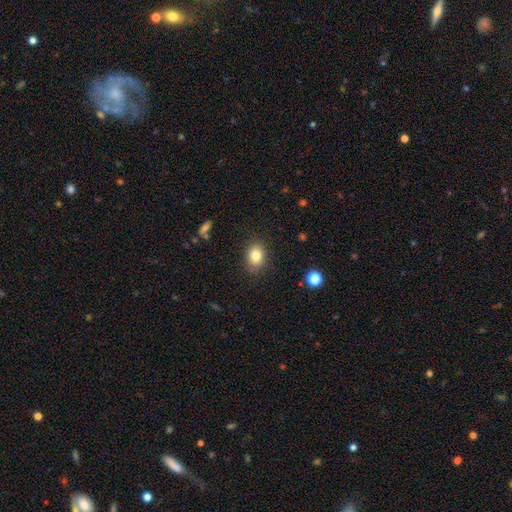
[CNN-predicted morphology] This is clearly a smooth galaxy (83%). How rounded: likely in between (66%). Merging: clearly none (86%).